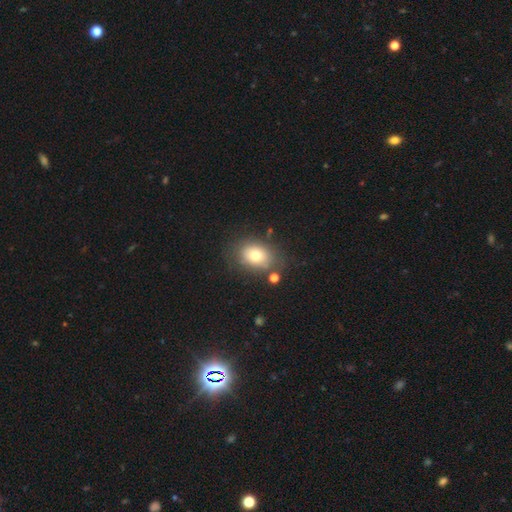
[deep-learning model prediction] Smooth or featured: smooth — 74% (featured or disk — 16%)
How rounded: in between — 65% (round — 34%)
Merging: none — 72% (minor disturbance — 16%)